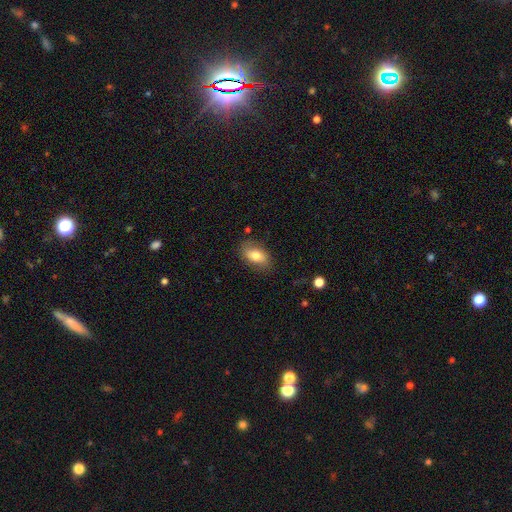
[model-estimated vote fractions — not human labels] Smooth or featured?
  - smooth: 74% *
  - featured or disk: 19%
  - star or artifact: 7%
How rounded?
  - in between: 89% *
  - round: 8%
  - cigar-shaped: 3%
Merging?
  - none: 80% *
  - minor disturbance: 15%
  - major disturbance: 4%
  - merger: 2%